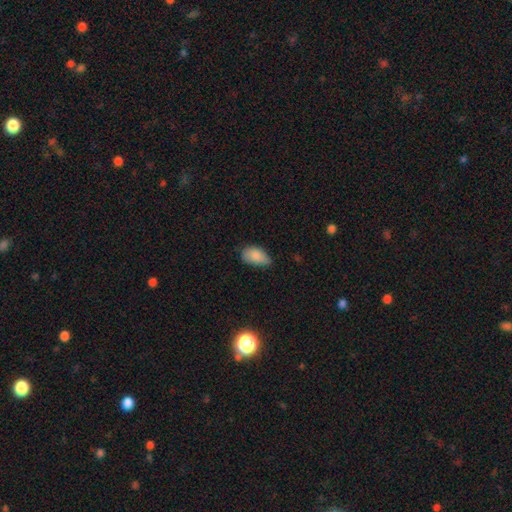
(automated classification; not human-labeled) smooth 85%, star or artifact 8%, featured or disk 7%. Down the decision tree: how rounded — in between (93%); merging — none (57%).